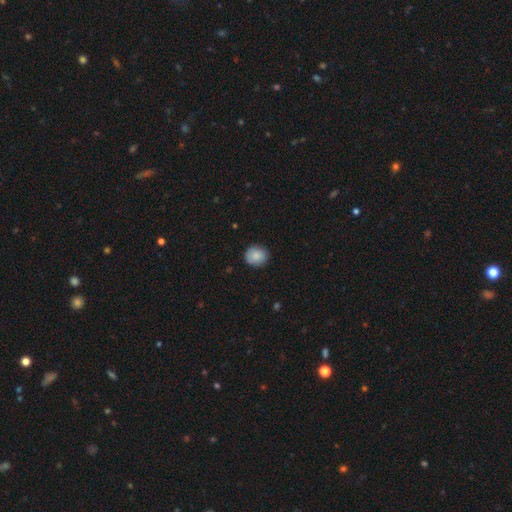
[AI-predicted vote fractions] Morphology: type=smooth (85%); roundness=round (81%); merging=none (87%).